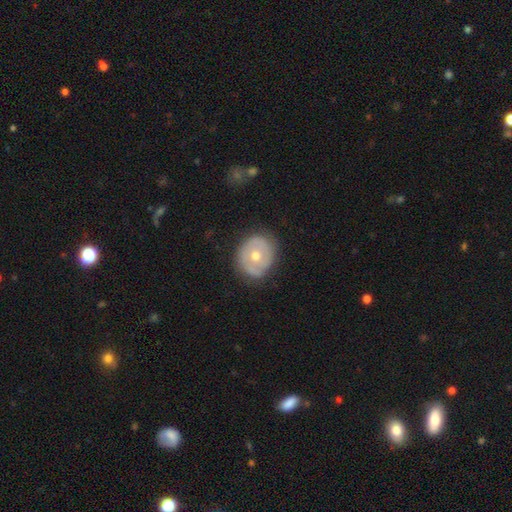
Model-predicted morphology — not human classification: A featured or disk galaxy (52%).

Vote fractions:
- Smooth or featured? featured or disk: 52% / smooth: 41% / star or artifact: 7%
- Edge-on disk? no: 95% / yes: 5%
- Merging? none: 73% / minor disturbance: 20% / major disturbance: 5% / merger: 1%